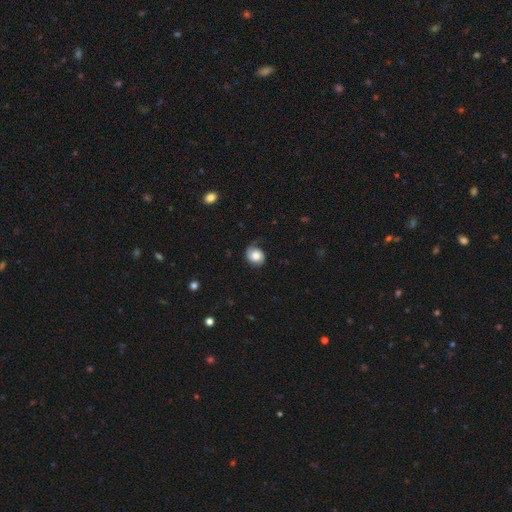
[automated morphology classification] Smooth or featured: smooth — 56% (featured or disk — 35%)
How rounded: round — 68% (in between — 31%)
Merging: none — 65% (minor disturbance — 24%)